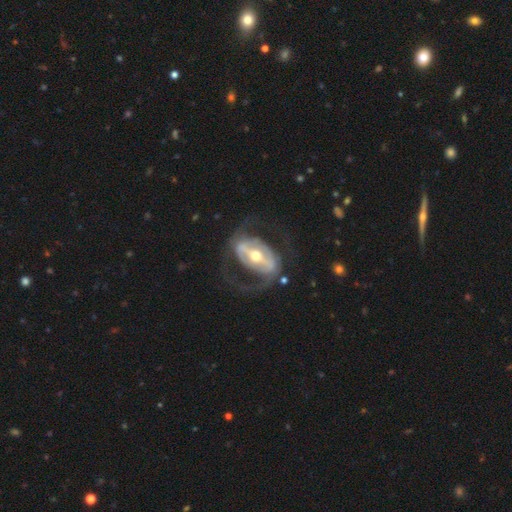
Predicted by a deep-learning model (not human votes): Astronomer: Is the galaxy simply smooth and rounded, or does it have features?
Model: featured or disk — 87%.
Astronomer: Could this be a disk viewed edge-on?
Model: no — 95%.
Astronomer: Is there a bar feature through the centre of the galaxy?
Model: strong — 68%.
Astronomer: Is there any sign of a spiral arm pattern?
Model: yes — 78%.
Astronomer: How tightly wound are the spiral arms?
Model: medium — 47% (runner-up: loose, 33%).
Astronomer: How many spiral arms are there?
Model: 2 — 86%.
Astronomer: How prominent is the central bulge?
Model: moderate — 69%.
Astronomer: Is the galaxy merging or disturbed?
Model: none — 62%.